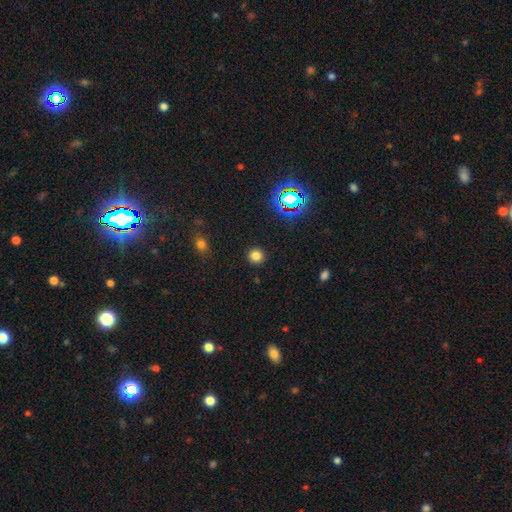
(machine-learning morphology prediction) Smooth or featured? Predicted: smooth (p=0.77). How rounded? Predicted: round (p=0.93). Merging? Predicted: none (p=0.91).